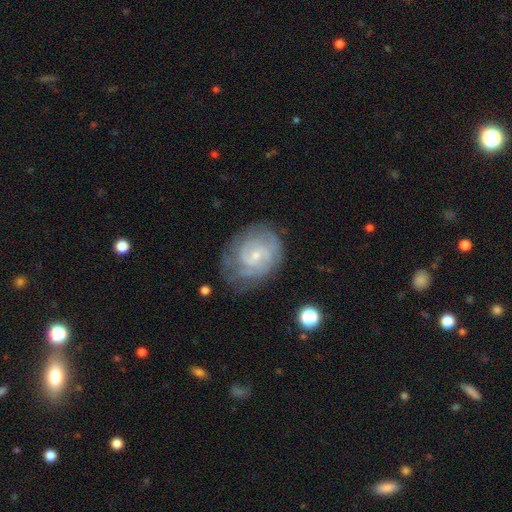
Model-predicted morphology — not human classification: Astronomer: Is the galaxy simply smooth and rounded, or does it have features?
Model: featured or disk — 76%.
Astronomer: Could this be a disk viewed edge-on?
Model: no — 98%.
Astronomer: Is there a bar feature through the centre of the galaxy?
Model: no — 64%.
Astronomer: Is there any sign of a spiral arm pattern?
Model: yes — 89%.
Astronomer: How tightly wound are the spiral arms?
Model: tight — 61%.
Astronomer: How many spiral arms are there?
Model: can't tell — 42% (runner-up: 2, 31%).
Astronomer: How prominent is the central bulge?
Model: small — 77%.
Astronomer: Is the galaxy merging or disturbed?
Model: none — 66%.